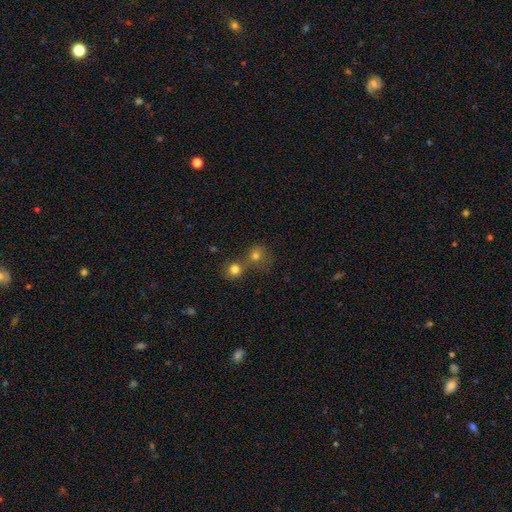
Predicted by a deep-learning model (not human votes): Smooth or featured? Predicted: smooth (p=0.74). How rounded? Predicted: round (p=0.80). Merging? Predicted: merger (p=0.50).